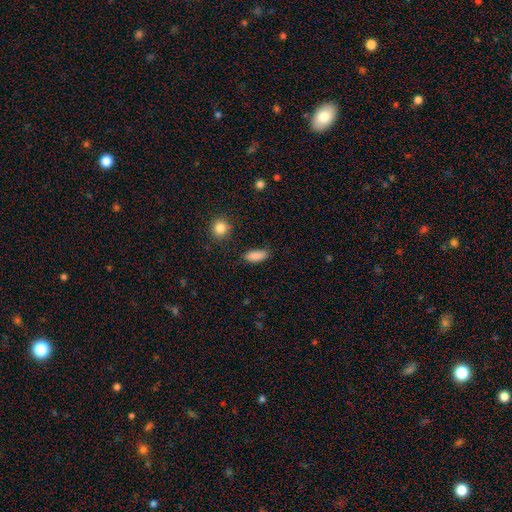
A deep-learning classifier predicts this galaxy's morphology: smooth 88%, star or artifact 8%, featured or disk 4%. Down the decision tree: how rounded — in between (80%); merging — none (82%).